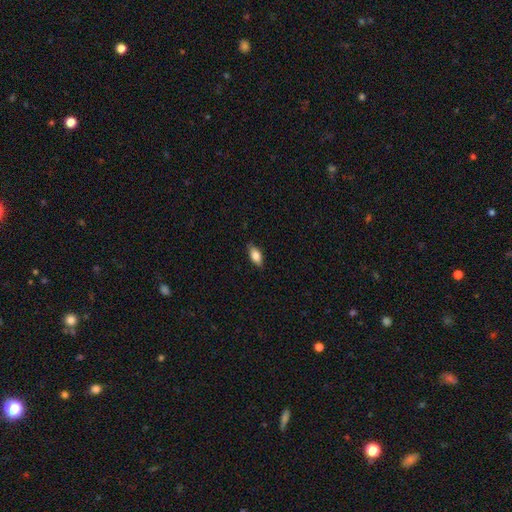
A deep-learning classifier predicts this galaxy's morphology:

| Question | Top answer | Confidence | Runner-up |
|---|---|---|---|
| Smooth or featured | smooth | 78% | featured or disk (15%) |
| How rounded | in between | 86% | cigar-shaped (10%) |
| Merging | none | 85% | minor disturbance (12%) |